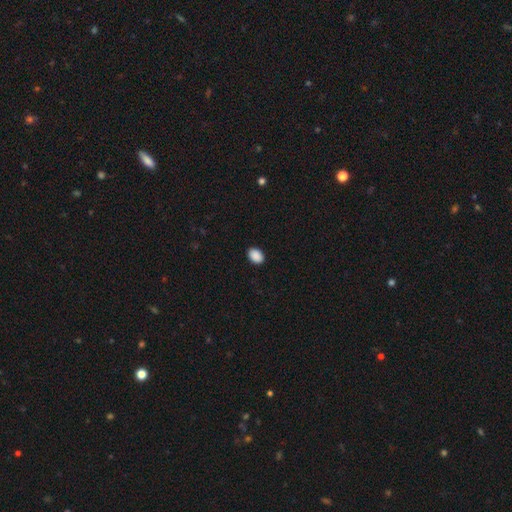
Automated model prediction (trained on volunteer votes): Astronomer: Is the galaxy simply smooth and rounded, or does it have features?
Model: smooth — 90%.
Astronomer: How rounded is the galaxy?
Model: in between — 80%.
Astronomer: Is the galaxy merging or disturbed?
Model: none — 90%.